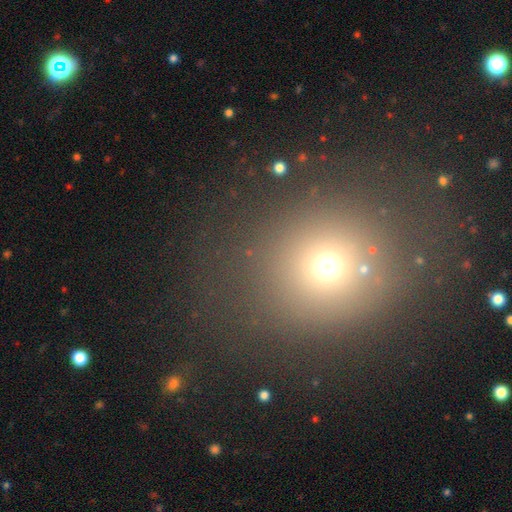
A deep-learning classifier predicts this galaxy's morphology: Smooth or featured?
  - smooth: 61% *
  - star or artifact: 29%
  - featured or disk: 10%
How rounded?
  - round: 83% *
  - in between: 16%
  - cigar-shaped: 1%
Merging?
  - none: 79% *
  - minor disturbance: 10%
  - major disturbance: 7%
  - merger: 4%